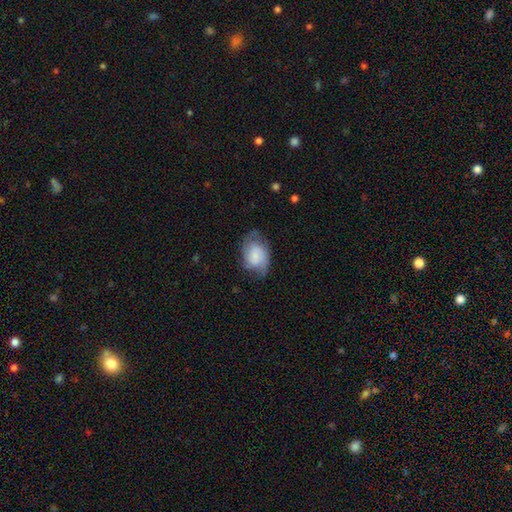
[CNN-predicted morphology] Smooth or featured? smooth (48%)
Merging? none (57%)